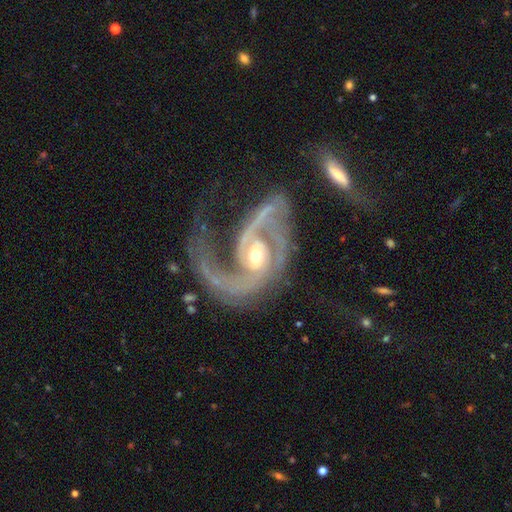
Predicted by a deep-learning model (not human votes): A featured or disk galaxy (92%) with no bar (48%), 2 (68%) medium (48%) spiral arms (97%) and a moderate central bulge (63%).

Vote fractions:
- Smooth or featured? featured or disk: 92% / star or artifact: 4% / smooth: 4%
- Edge-on disk? no: 98% / yes: 2%
- Bar? no: 48% / weak: 36% / strong: 16%
- Spiral arms? yes: 97% / no: 3%
- Spiral winding? medium: 48% / loose: 30% / tight: 22%
- Spiral arm count? 2: 68% / 1: 10% / 3: 9% / can't tell: 6% / 4: 4% / more than 4: 4%
- Bulge size? moderate: 63% / small: 30% / large: 5% / none: 1% / dominant: 1%
- Merging? major disturbance: 39% / none: 37% / minor disturbance: 18% / merger: 6%